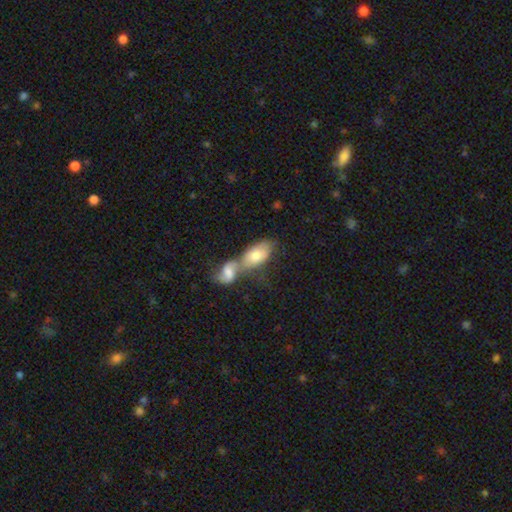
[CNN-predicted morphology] Smooth or featured?
  - smooth: 64% *
  - featured or disk: 29%
  - star or artifact: 6%
How rounded?
  - in between: 91% *
  - round: 5%
  - cigar-shaped: 4%
Merging?
  - merger: 66% *
  - none: 19%
  - minor disturbance: 9%
  - major disturbance: 6%